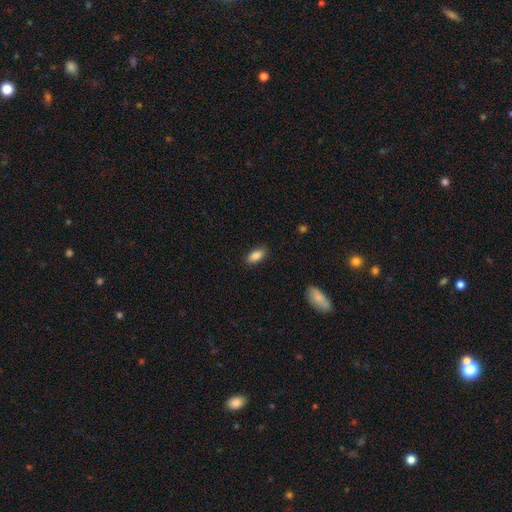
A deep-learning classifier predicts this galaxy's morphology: smooth-or-featured: smooth: 87% | star or artifact: 7% | featured or disk: 6%
  how-rounded: in between: 89% | cigar-shaped: 8% | round: 3%
  merging: none: 87% | minor disturbance: 9% | major disturbance: 2% | merger: 1%